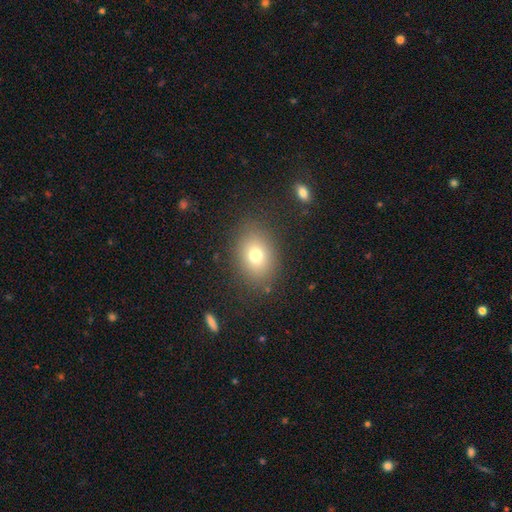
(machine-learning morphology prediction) Smooth or featured? smooth (75%)
How rounded? in between (62%)
Merging? none (84%)